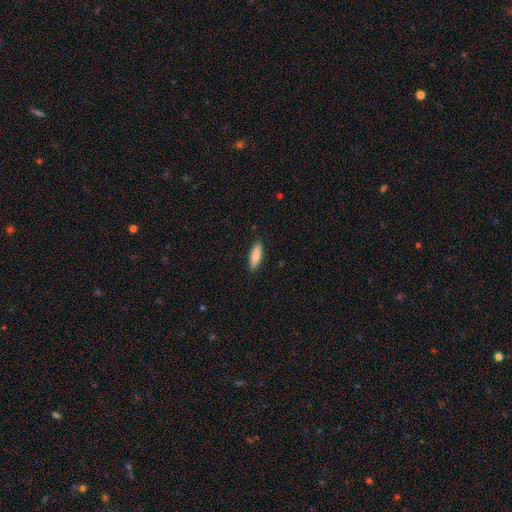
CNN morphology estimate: Smooth or featured? Predicted: smooth (p=0.83). How rounded? Predicted: cigar-shaped (p=0.56). Merging? Predicted: none (p=0.89).